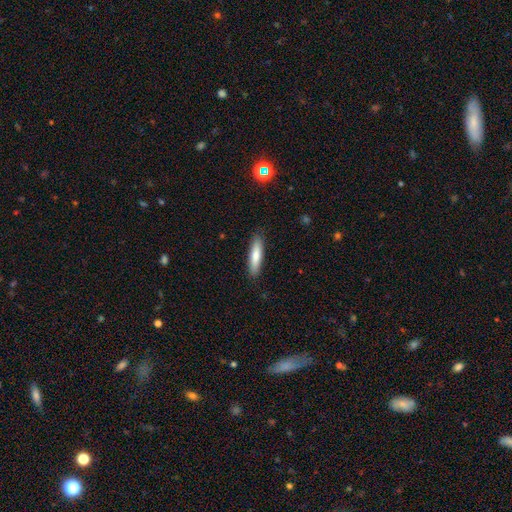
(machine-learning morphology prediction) Overall: smooth (79%). How rounded: cigar-shaped (75%). Merging: none (88%).